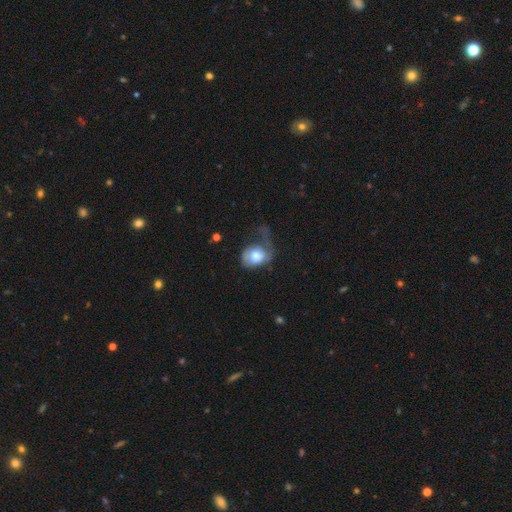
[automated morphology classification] smooth_or_featured: smooth (p=0.60) [alt: featured or disk p=0.33]
how_rounded: in between (p=0.58) [alt: round p=0.41]
merging: major disturbance (p=0.51) [alt: minor disturbance p=0.24]